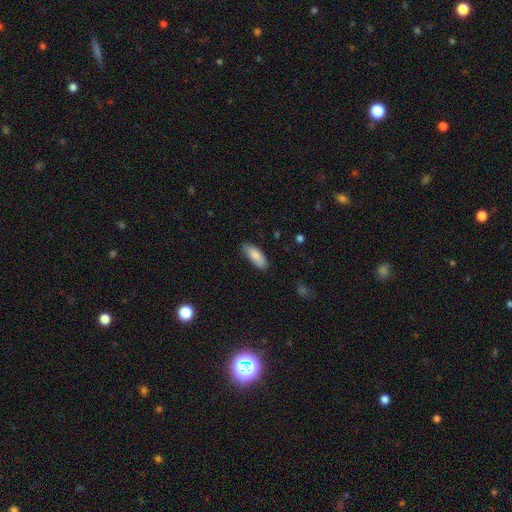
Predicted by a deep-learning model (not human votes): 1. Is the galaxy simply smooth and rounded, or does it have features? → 87% smooth, 7% featured or disk, 6% star or artifact.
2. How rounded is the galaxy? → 75% in between, 23% cigar-shaped, 2% round.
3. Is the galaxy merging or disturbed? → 81% none, 15% minor disturbance, 3% major disturbance, 1% merger.